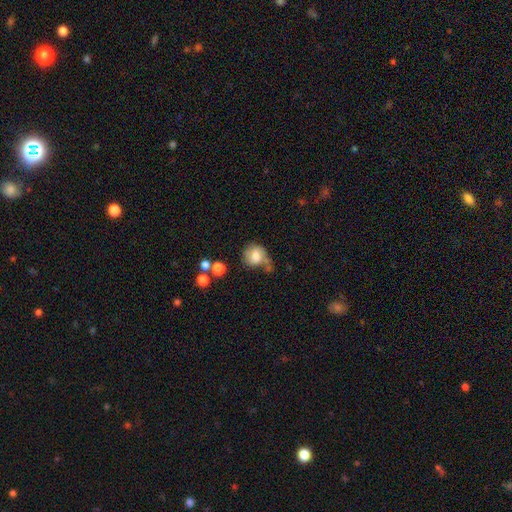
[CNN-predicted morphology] Overall: smooth (71%). How rounded: round (72%). Merging: none (41%; minor disturbance 28%).